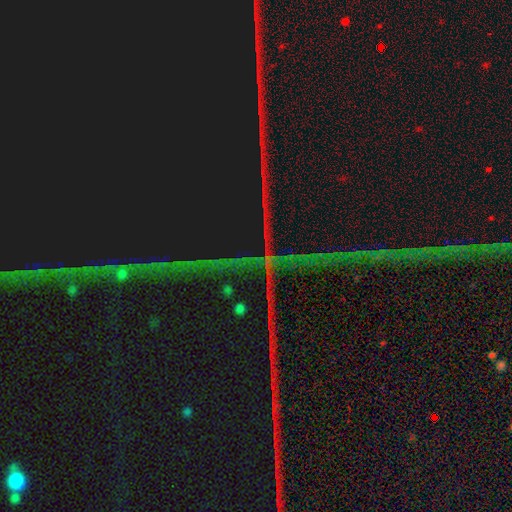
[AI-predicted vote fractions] Smooth or featured?
  - star or artifact: 87% *
  - featured or disk: 8%
  - smooth: 5%